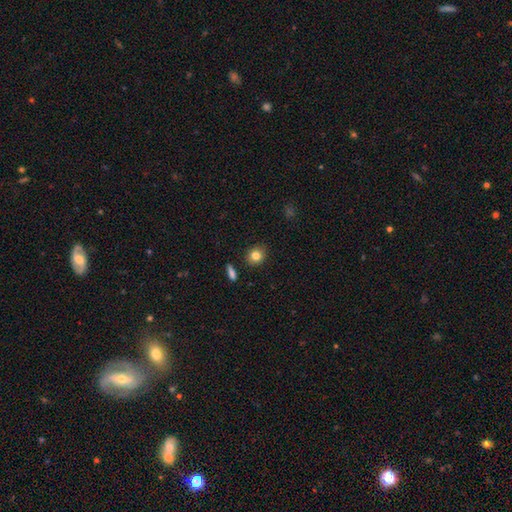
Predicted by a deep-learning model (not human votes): Overall: smooth (81%). How rounded: round (75%). Merging: none (87%).